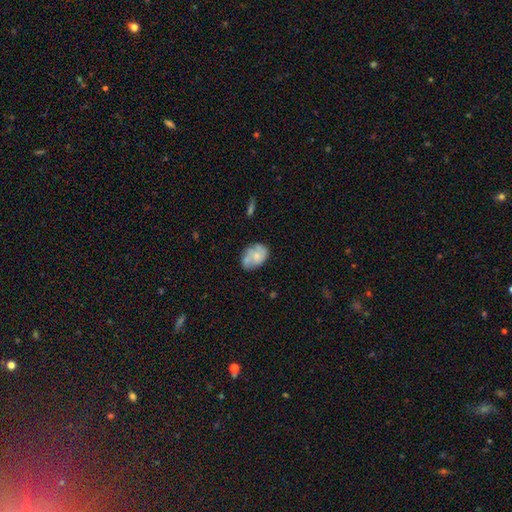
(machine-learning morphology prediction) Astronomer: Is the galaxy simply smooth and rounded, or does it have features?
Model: smooth — 61%.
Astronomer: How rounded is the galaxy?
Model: in between — 79%.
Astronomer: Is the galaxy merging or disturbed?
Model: none — 48% (runner-up: minor disturbance, 28%).